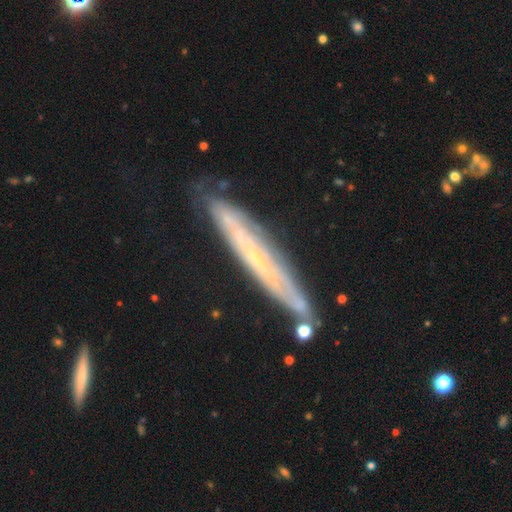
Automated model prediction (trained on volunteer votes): Overall: featured or disk (68%). Edge-on disk: yes (73%). Merging: none (76%).